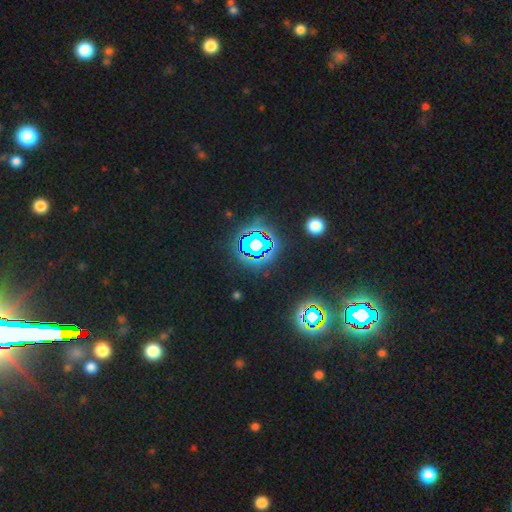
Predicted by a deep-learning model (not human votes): A star or artifact, not a galaxy (82%).